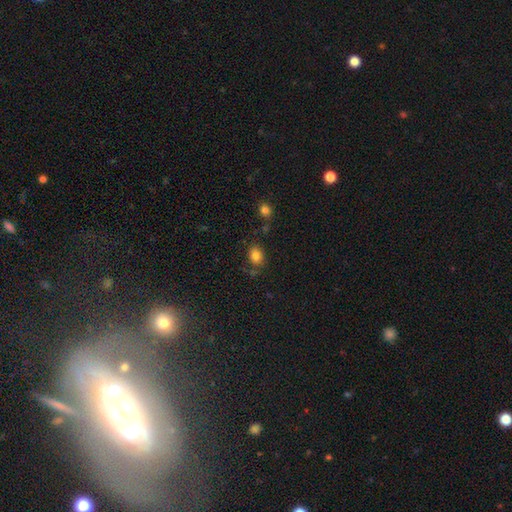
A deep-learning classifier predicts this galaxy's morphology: Smooth or featured?
  - smooth: 83% *
  - star or artifact: 11%
  - featured or disk: 6%
How rounded?
  - in between: 57% *
  - round: 42%
  - cigar-shaped: 1%
Merging?
  - none: 73% *
  - minor disturbance: 15%
  - merger: 7%
  - major disturbance: 5%